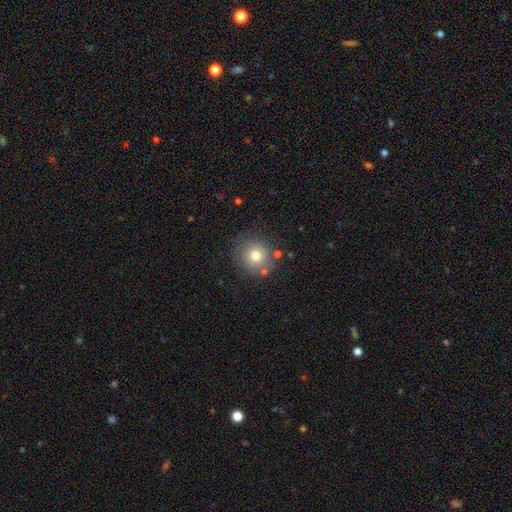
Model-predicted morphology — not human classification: Smooth or featured?
  - smooth: 74% *
  - featured or disk: 13%
  - star or artifact: 13%
How rounded?
  - round: 94% *
  - in between: 5%
  - cigar-shaped: 1%
Merging?
  - none: 80% *
  - minor disturbance: 11%
  - merger: 5%
  - major disturbance: 4%